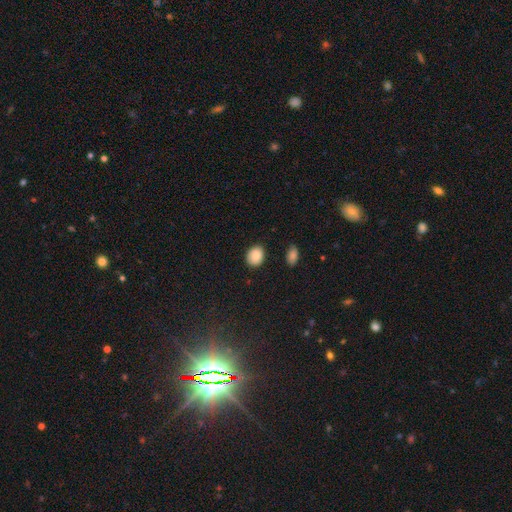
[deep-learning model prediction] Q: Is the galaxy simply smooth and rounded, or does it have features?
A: smooth — 88%.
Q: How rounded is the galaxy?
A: round — 52%.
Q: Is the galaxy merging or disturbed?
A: none — 85%.